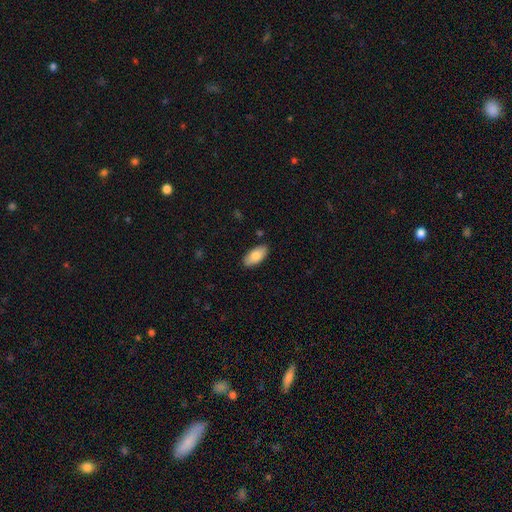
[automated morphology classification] Smooth or featured? Predicted: smooth (p=0.84). How rounded? Predicted: in between (p=0.92). Merging? Predicted: none (p=0.87).